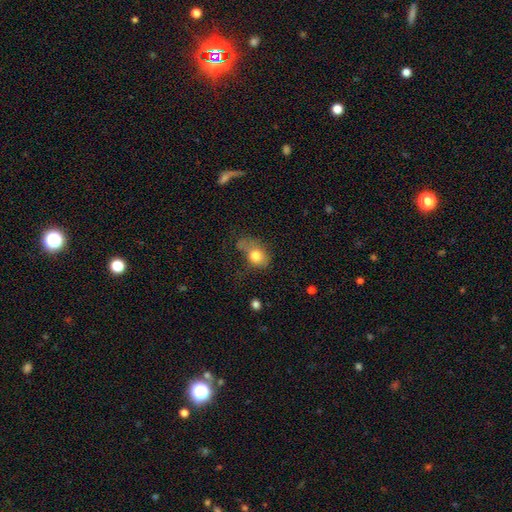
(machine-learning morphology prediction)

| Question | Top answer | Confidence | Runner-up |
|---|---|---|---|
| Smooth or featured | smooth | 76% | featured or disk (15%) |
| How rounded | in between | 60% | round (38%) |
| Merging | major disturbance | 34% | minor disturbance (31%) |